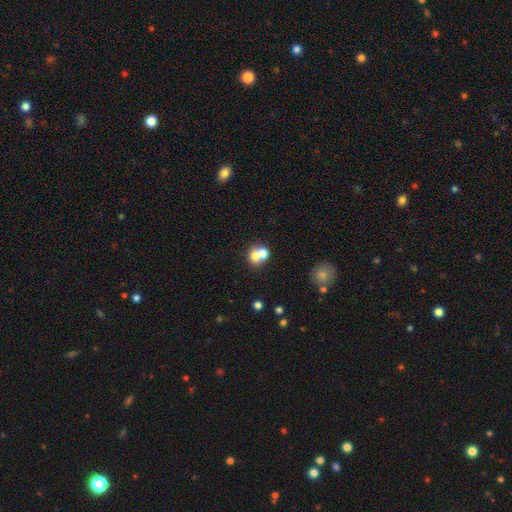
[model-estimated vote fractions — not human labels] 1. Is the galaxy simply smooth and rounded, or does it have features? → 68% smooth, 19% featured or disk, 12% star or artifact.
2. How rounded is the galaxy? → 75% round, 24% in between, 1% cigar-shaped.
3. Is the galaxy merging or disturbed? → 55% merger, 35% none, 6% minor disturbance, 3% major disturbance.